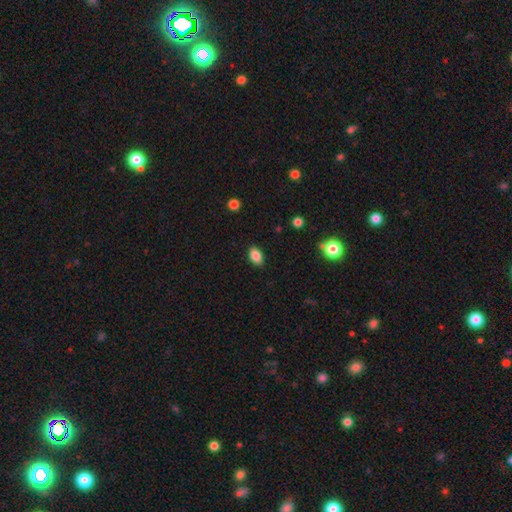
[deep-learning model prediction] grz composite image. It shows a smooth galaxy with no disk features (86%) that is in between round and cigar-shaped (88%). Merging: none (88%).